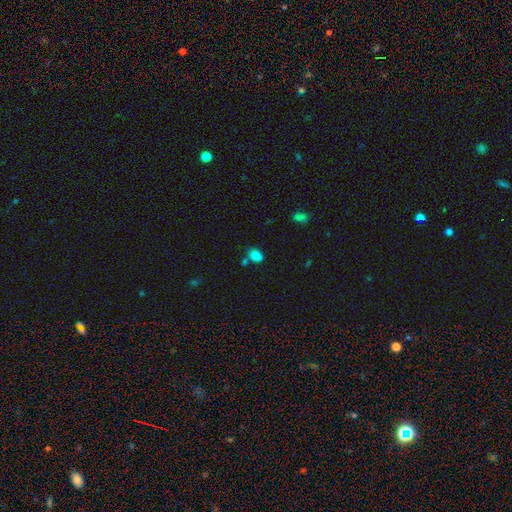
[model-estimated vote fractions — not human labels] Smooth or featured?
  - smooth: 83% *
  - star or artifact: 11%
  - featured or disk: 5%
How rounded?
  - in between: 70% *
  - round: 29%
  - cigar-shaped: 1%
Merging?
  - none: 66% *
  - minor disturbance: 15%
  - merger: 15%
  - major disturbance: 4%